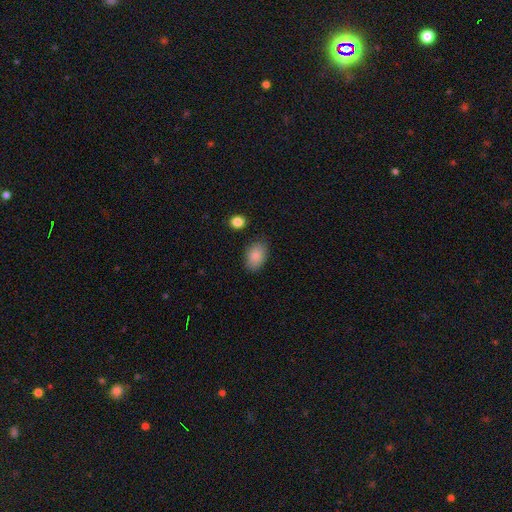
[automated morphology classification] type=smooth (88%); roundness=in between (87%); merging=none (82%).